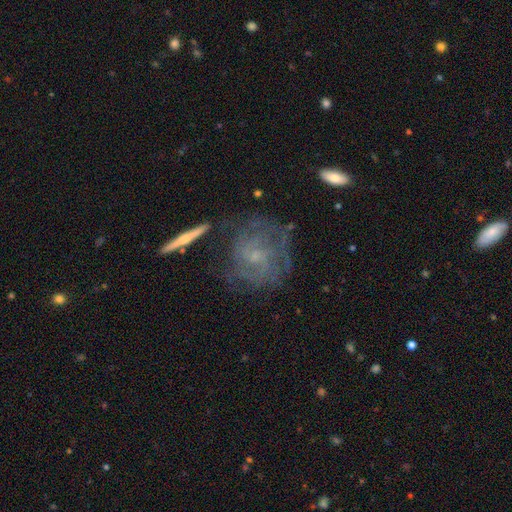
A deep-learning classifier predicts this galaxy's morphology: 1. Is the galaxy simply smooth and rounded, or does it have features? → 69% featured or disk, 21% smooth, 10% star or artifact.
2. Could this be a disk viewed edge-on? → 94% no, 6% yes.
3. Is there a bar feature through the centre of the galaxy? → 68% no, 27% weak, 5% strong.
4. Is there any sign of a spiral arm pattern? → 73% yes, 27% no.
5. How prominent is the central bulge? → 69% small, 16% moderate, 12% none, 1% large, 1% dominant.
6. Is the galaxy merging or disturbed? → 62% none, 19% minor disturbance, 15% major disturbance, 3% merger.